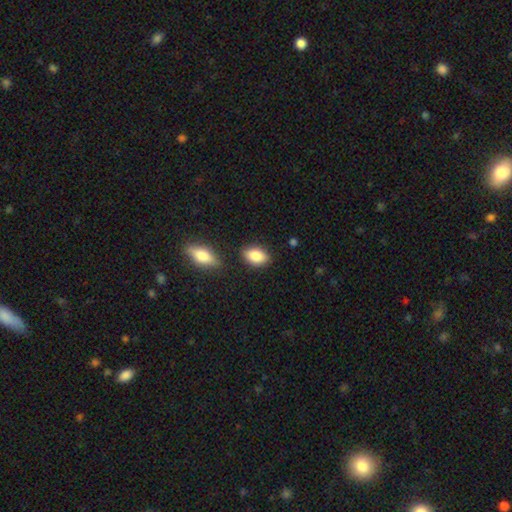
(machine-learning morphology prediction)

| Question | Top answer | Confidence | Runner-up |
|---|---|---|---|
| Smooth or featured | smooth | 84% | featured or disk (8%) |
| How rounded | in between | 86% | round (11%) |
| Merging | none | 82% | minor disturbance (11%) |